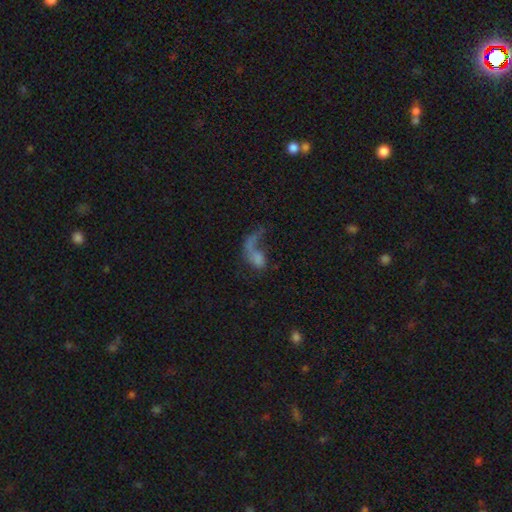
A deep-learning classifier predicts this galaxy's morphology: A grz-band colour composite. It shows a smooth galaxy with no disk features (49%). Merging: major disturbance (40%).